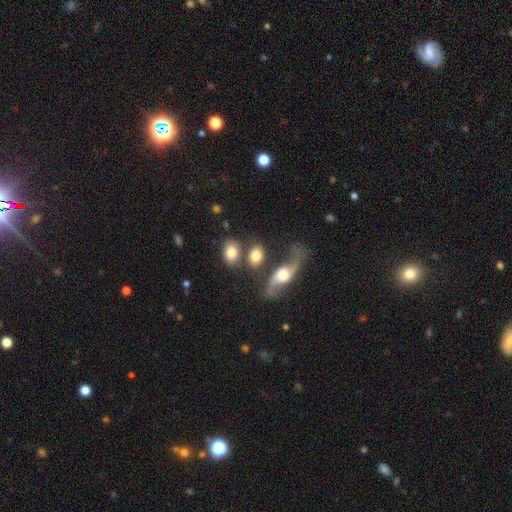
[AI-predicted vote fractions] smooth 71%, featured or disk 21%, star or artifact 8%. Down the decision tree: how rounded — in between (65%); merging — none (55%).